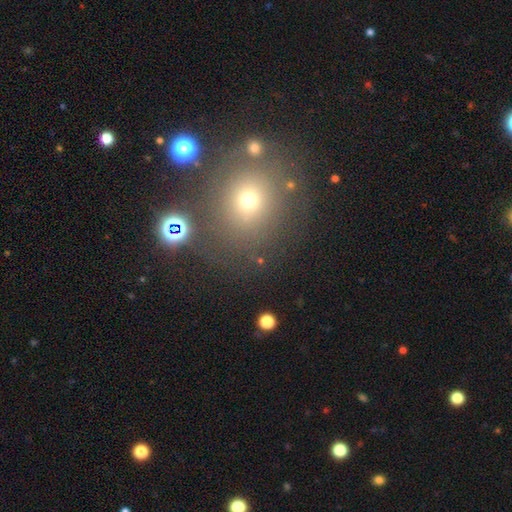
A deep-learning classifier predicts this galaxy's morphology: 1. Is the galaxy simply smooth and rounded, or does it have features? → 59% smooth, 29% star or artifact, 12% featured or disk.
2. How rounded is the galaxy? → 80% round, 19% in between, 1% cigar-shaped.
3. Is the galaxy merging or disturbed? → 80% none, 10% minor disturbance, 5% major disturbance, 5% merger.